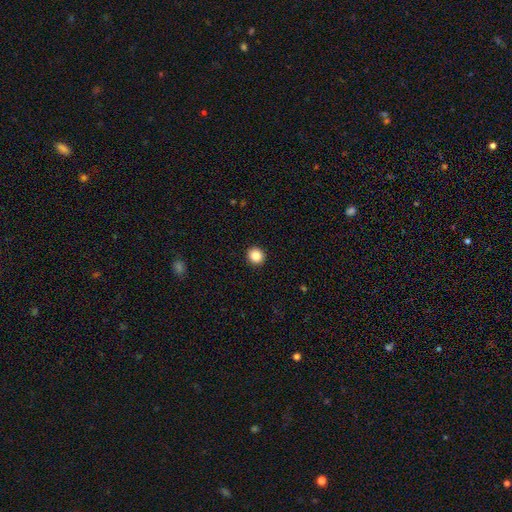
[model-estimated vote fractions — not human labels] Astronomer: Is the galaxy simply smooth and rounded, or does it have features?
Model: smooth — 86%.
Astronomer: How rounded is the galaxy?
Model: round — 91%.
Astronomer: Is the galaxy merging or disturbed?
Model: none — 93%.